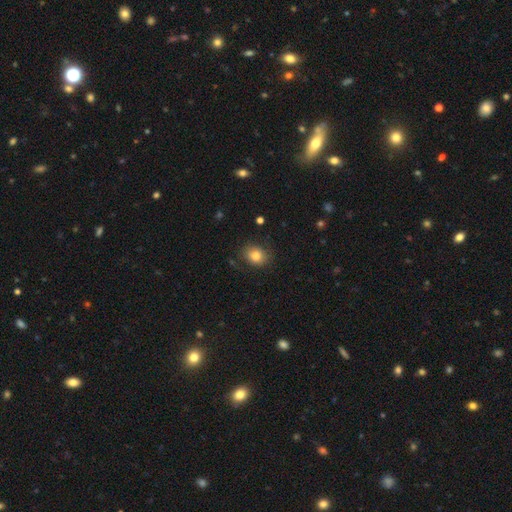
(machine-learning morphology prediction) type=smooth (80%); roundness=round (53%); merging=none (80%).